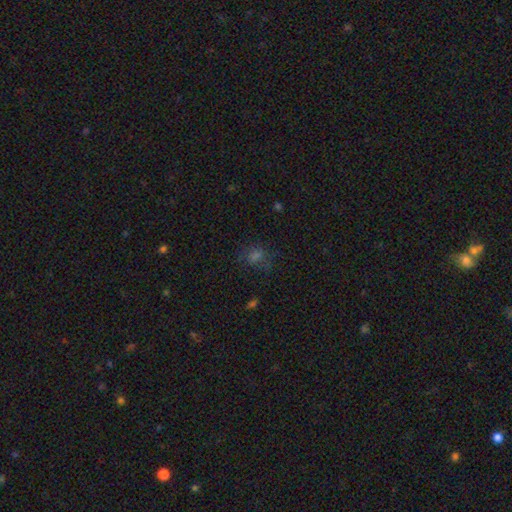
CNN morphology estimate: Smooth or featured? smooth (47%)
Merging? none (66%)